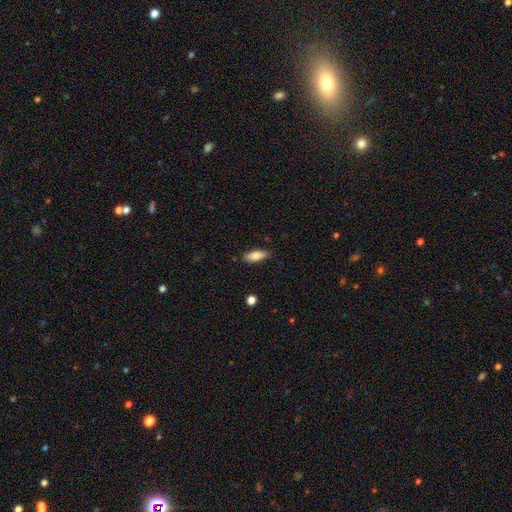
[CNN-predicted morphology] Smooth or featured? Predicted: smooth (p=0.81). How rounded? Predicted: in between (p=0.72). Merging? Predicted: none (p=0.85).